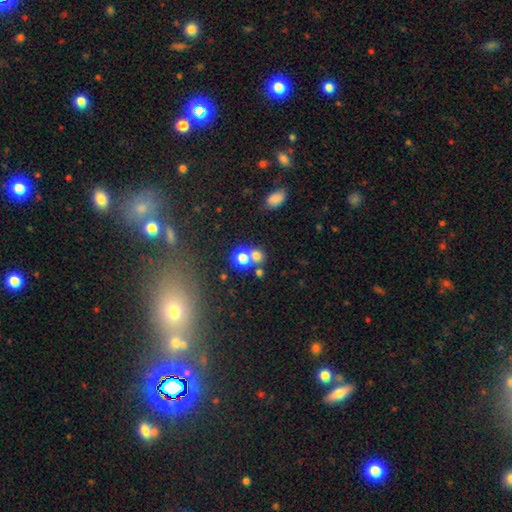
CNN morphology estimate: type=smooth (70%); roundness=round (78%); merging=merger (46%).